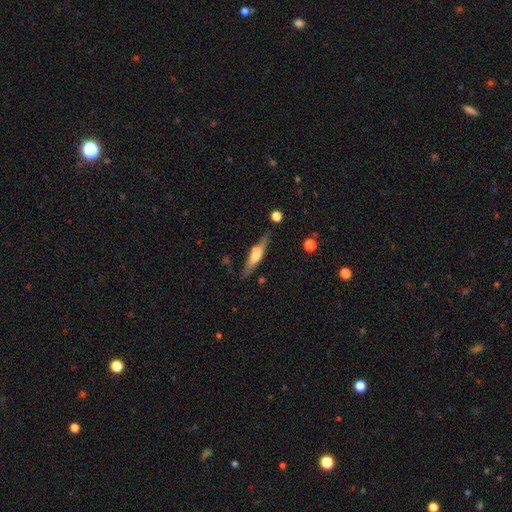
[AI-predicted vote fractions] Smooth or featured? Predicted: smooth (p=0.49). Merging? Predicted: none (p=0.76).